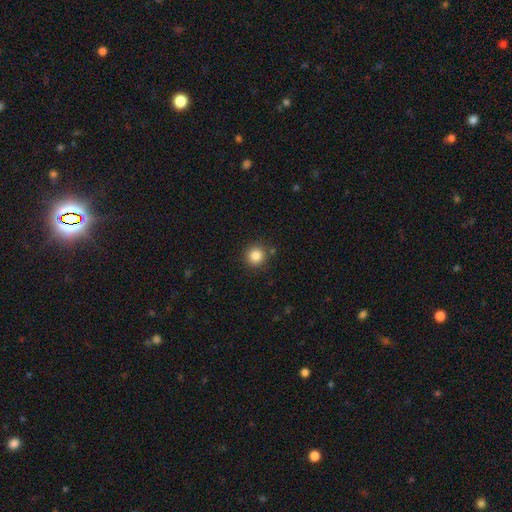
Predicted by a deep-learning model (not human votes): Q: Smooth or featured?
A: smooth (85%); runner-up: star or artifact (11%)
Q: How rounded?
A: round (94%); runner-up: in between (5%)
Q: Merging?
A: none (86%); runner-up: minor disturbance (8%)